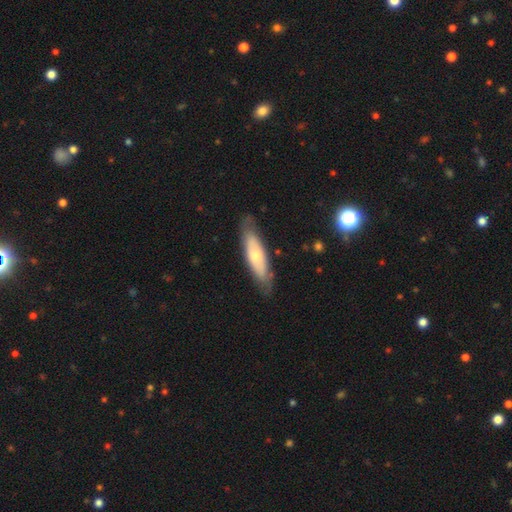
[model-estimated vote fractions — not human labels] Smooth or featured?
  - smooth: 56% *
  - featured or disk: 39%
  - star or artifact: 5%
How rounded?
  - cigar-shaped: 59% *
  - in between: 39%
  - round: 2%
Merging?
  - none: 77% *
  - minor disturbance: 17%
  - major disturbance: 4%
  - merger: 1%